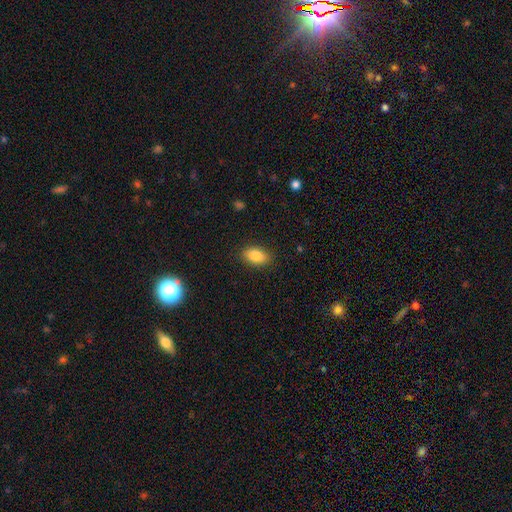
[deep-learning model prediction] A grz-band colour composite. It shows a smooth galaxy with no disk features (84%) that is in between round and cigar-shaped (89%). Merging: none (87%).